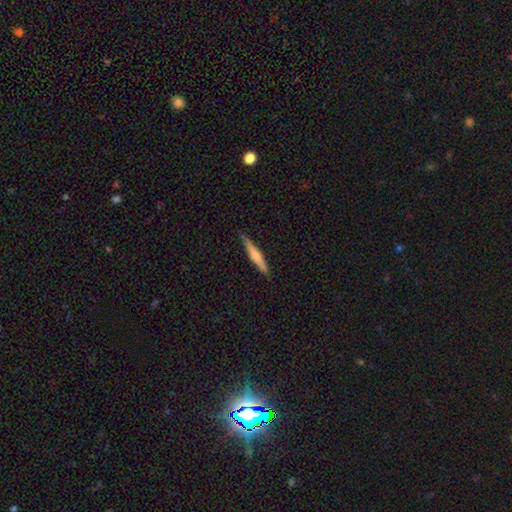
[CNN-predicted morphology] A smooth galaxy with no disk features (51%) that is cigar-shaped (94%). Merging: none (90%).